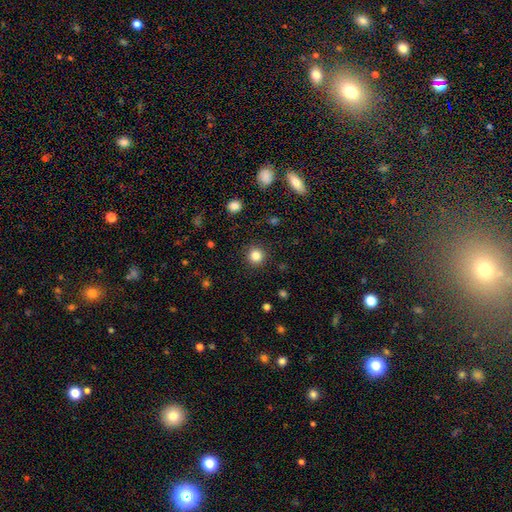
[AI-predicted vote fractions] Overall: smooth (83%). How rounded: round (94%). Merging: none (91%).